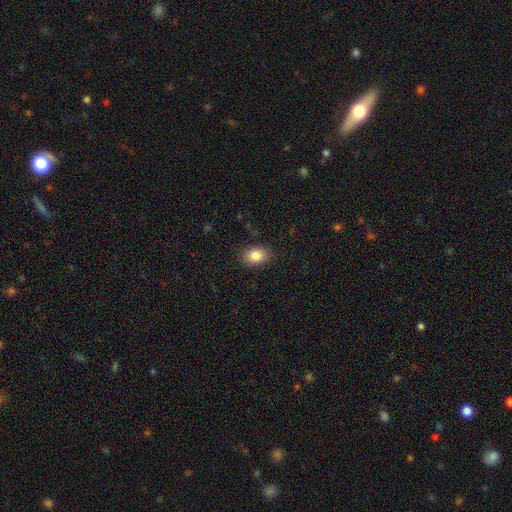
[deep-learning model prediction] This is clearly a smooth galaxy (84%). How rounded: likely in between (73%). Merging: clearly none (87%).